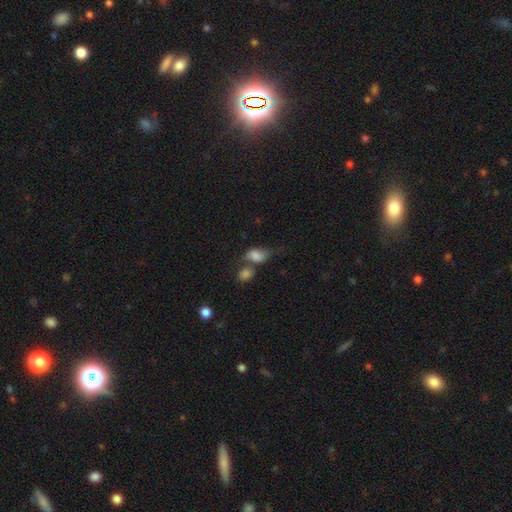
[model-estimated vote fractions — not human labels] smooth 77%, featured or disk 14%, star or artifact 10%. Down the decision tree: how rounded — in between (81%); merging — merger (46%).